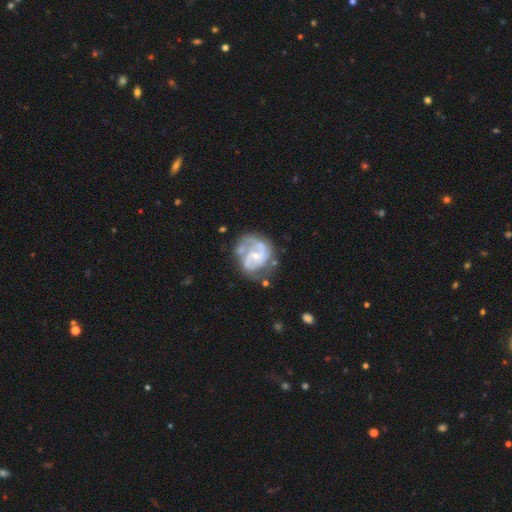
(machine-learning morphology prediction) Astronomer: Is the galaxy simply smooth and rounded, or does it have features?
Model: featured or disk — 85%.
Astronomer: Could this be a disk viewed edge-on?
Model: no — 98%.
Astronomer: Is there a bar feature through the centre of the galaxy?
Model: no — 55% (runner-up: weak, 37%).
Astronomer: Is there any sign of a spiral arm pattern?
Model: yes — 92%.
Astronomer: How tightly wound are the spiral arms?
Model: medium — 48% (runner-up: tight, 34%).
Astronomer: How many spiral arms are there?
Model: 2 — 60%.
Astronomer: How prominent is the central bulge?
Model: small — 65%.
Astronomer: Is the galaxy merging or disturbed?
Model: none — 52%.